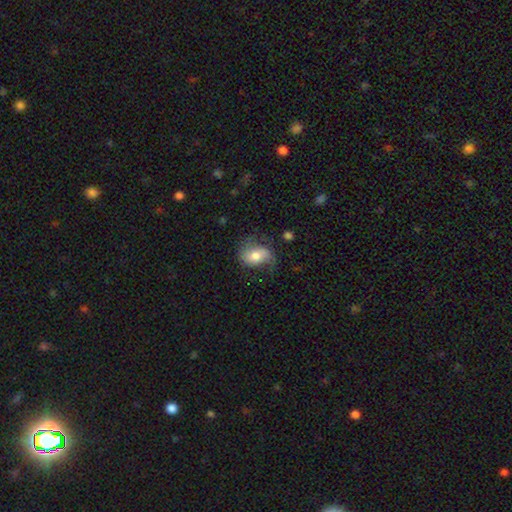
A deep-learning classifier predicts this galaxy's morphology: Smooth or featured? Predicted: smooth (p=0.55). How rounded? Predicted: in between (p=0.74). Merging? Predicted: none (p=0.56).